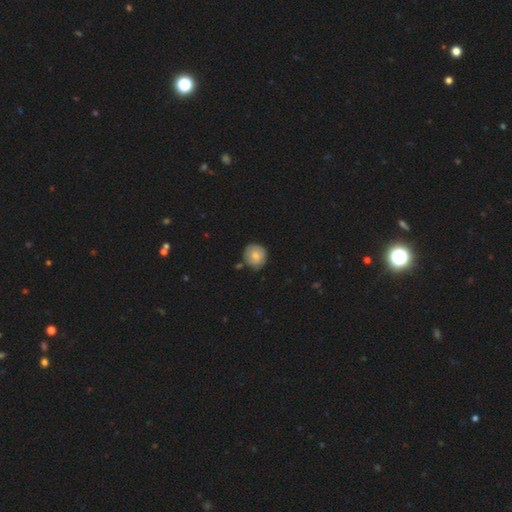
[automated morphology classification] This is likely a smooth galaxy (73%). How rounded: clearly round (87%). Merging: likely none (76%).